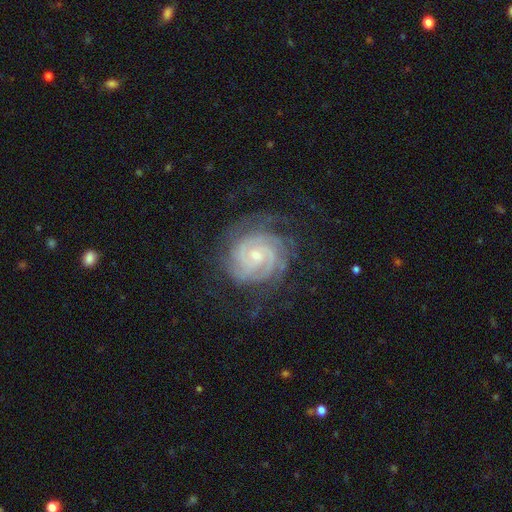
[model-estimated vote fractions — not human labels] Overall: featured or disk (90%). Edge-on disk: no (98%). Bar: no (66%; weak 27%). Spiral arms: yes (98%). Spiral arm count: 2 (27%; 3 24%). Spiral winding: tight (77%). Bulge size: small (69%). Merging: none (73%).